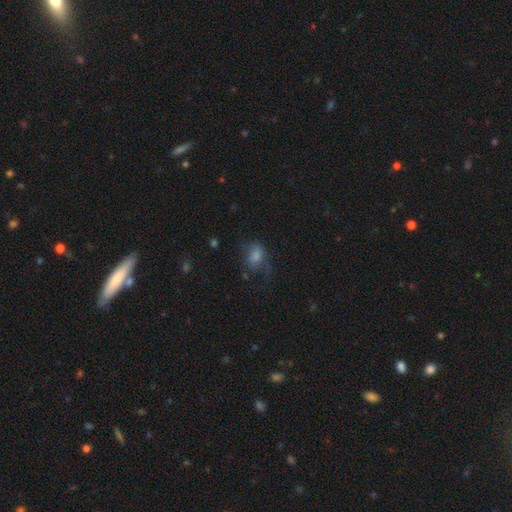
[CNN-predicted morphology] smooth 73%, featured or disk 15%, star or artifact 12%. Down the decision tree: how rounded — in between (72%); merging — none (38%).